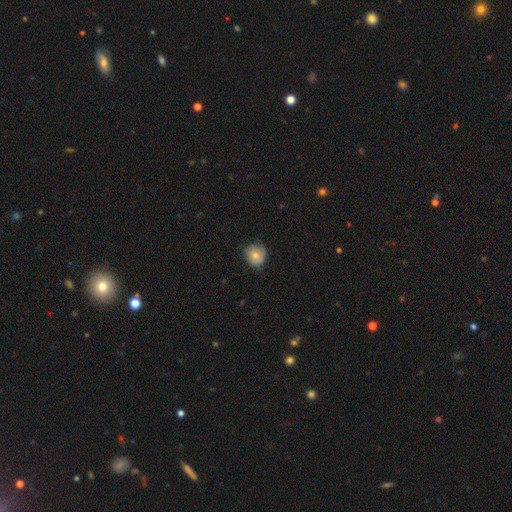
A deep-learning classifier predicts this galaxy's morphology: Q: Smooth or featured?
A: smooth (66%); runner-up: featured or disk (26%)
Q: How rounded?
A: round (78%); runner-up: in between (21%)
Q: Merging?
A: none (61%); runner-up: minor disturbance (31%)